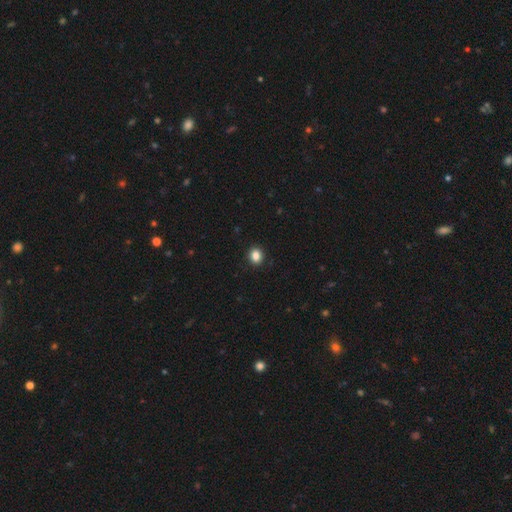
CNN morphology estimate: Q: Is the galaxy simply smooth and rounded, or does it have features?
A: smooth — 86%.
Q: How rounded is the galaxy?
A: round — 69%.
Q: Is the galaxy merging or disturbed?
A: none — 92%.